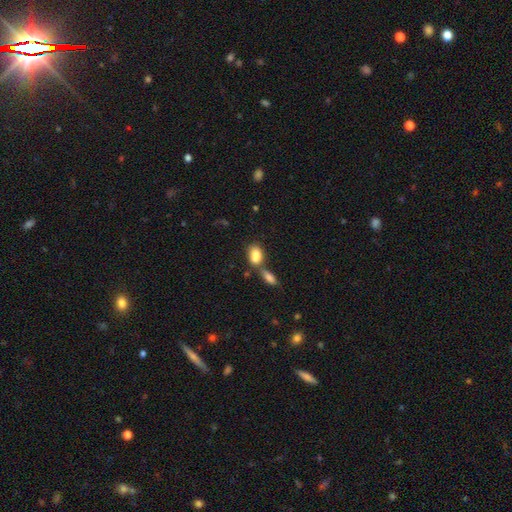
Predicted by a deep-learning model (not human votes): Smooth or featured? Predicted: smooth (p=0.85). How rounded? Predicted: in between (p=0.87). Merging? Predicted: merger (p=0.47).